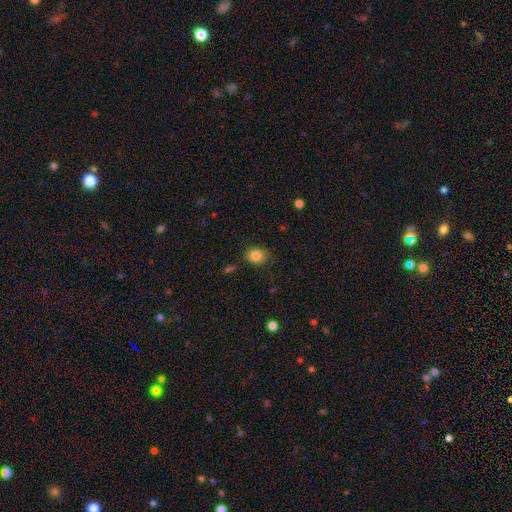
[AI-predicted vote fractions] smooth-or-featured: smooth: 84% | star or artifact: 10% | featured or disk: 6%
  how-rounded: round: 60% | in between: 39% | cigar-shaped: 1%
  merging: none: 83% | minor disturbance: 12% | major disturbance: 3% | merger: 2%